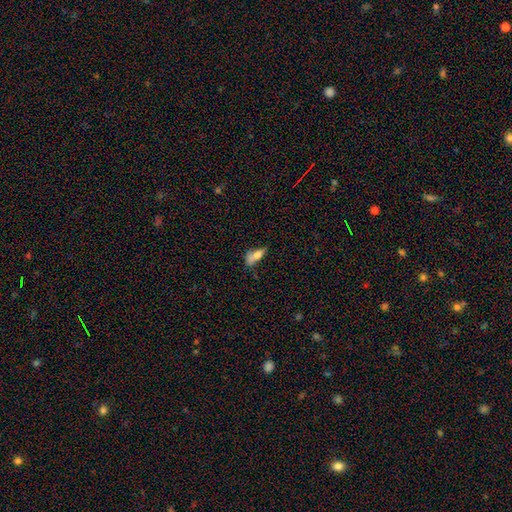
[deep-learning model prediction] A smooth galaxy with no disk features (66%) that is in between round and cigar-shaped (67%).

Vote fractions:
- Smooth or featured? smooth: 66% / featured or disk: 24% / star or artifact: 10%
- How rounded? in between: 67% / cigar-shaped: 27% / round: 6%
- Merging? none: 31% / minor disturbance: 26% / merger: 22% / major disturbance: 22%